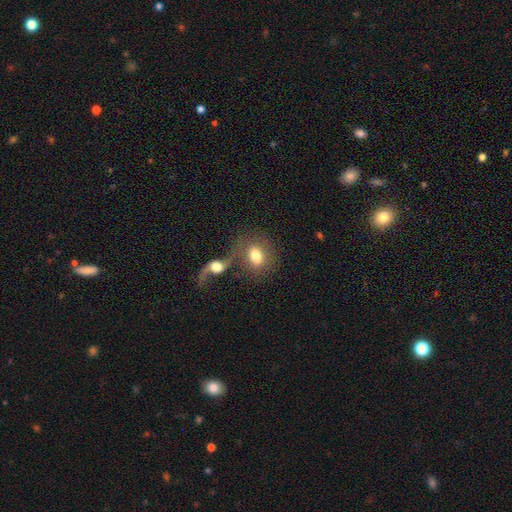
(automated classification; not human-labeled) Smooth or featured? smooth (72%)
How rounded? in between (66%)
Merging? none (44%)